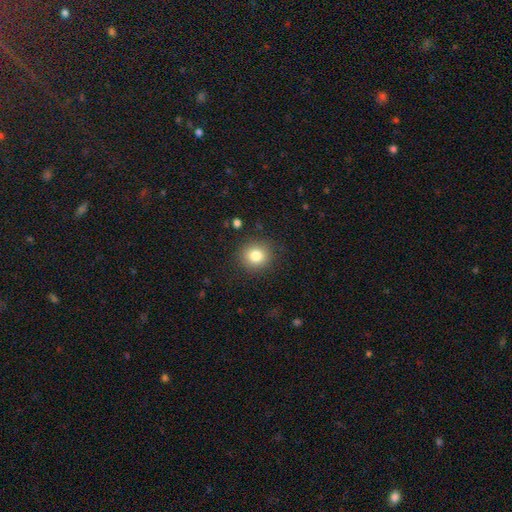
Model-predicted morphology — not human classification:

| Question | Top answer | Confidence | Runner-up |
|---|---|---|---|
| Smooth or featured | smooth | 81% | star or artifact (11%) |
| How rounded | round | 86% | in between (13%) |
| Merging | none | 88% | minor disturbance (8%) |